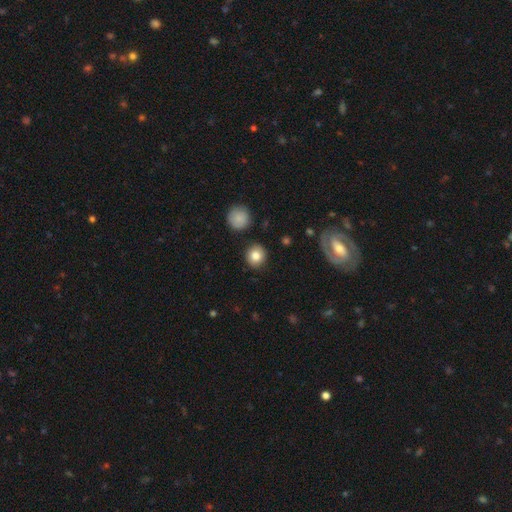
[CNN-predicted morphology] The model was most divided on "smooth or featured": smooth: 83%, star or artifact: 9%, featured or disk: 8%. More confident: merging — none (88%); how rounded — round (88%).